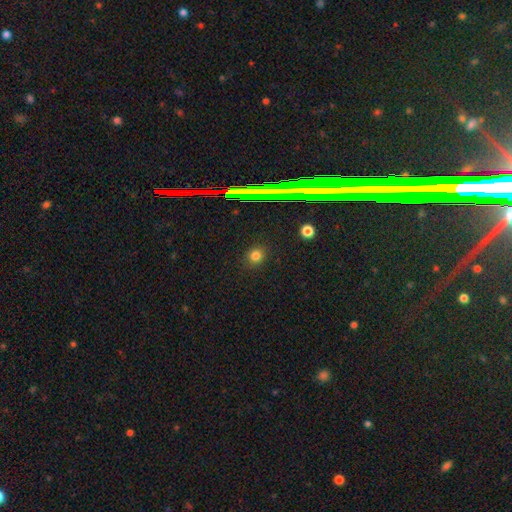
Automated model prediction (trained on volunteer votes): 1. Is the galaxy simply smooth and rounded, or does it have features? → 76% smooth, 19% star or artifact, 5% featured or disk.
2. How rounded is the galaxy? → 84% round, 15% in between, 1% cigar-shaped.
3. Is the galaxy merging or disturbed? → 88% none, 8% minor disturbance, 3% major disturbance, 1% merger.